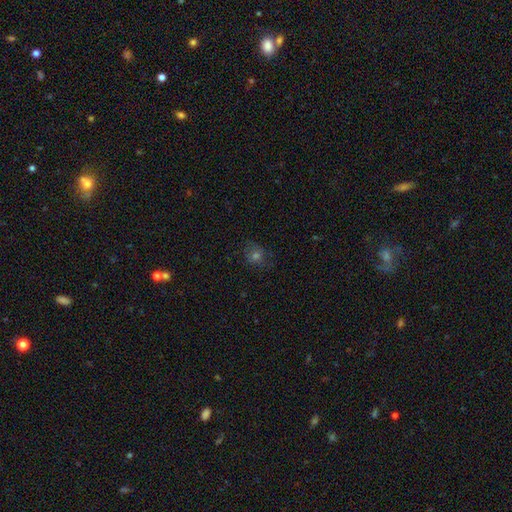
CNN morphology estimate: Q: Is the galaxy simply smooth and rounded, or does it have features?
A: smooth — 54%.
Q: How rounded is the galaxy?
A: round — 80%.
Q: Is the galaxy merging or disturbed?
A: none — 77%.